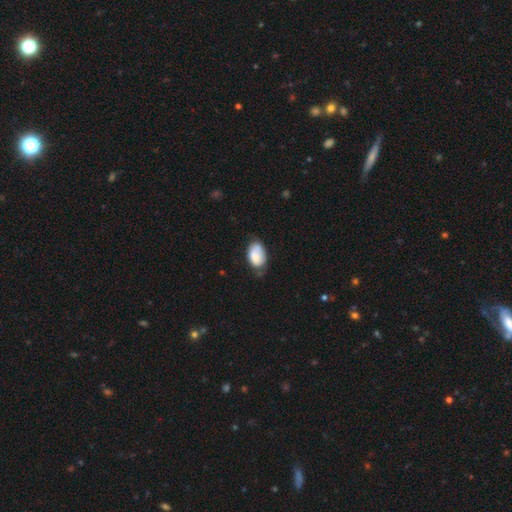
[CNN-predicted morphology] Smooth or featured? smooth (77%)
How rounded? in between (92%)
Merging? none (52%)